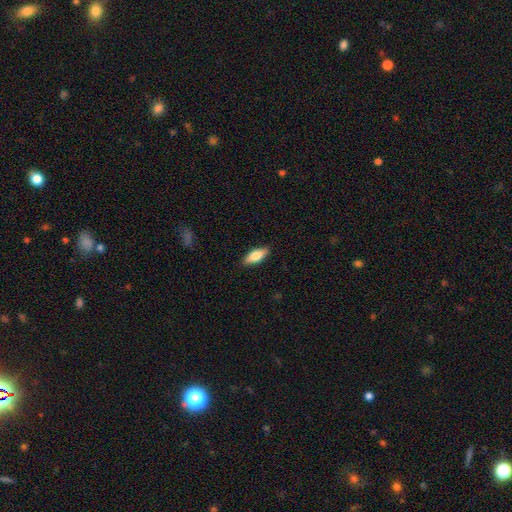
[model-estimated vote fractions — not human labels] smooth 72%, featured or disk 22%, star or artifact 6%. Down the decision tree: how rounded — in between (73%); merging — none (88%).